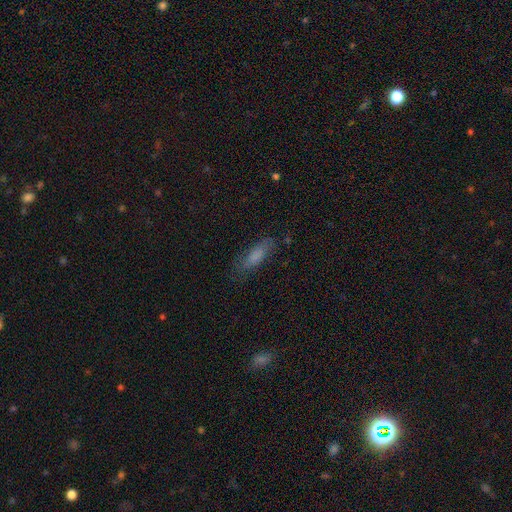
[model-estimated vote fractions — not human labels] This is likely a smooth galaxy (72%). How rounded: possibly in between (49%). Merging: likely none (74%).